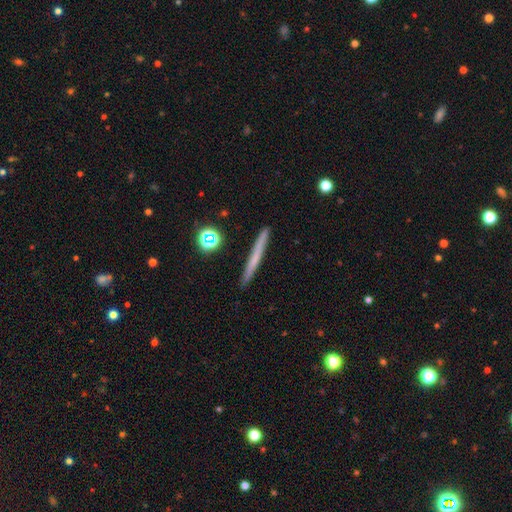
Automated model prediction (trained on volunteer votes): Q: Smooth or featured?
A: smooth (55%); runner-up: featured or disk (38%)
Q: How rounded?
A: cigar-shaped (96%); runner-up: round (2%)
Q: Merging?
A: none (91%); runner-up: minor disturbance (6%)